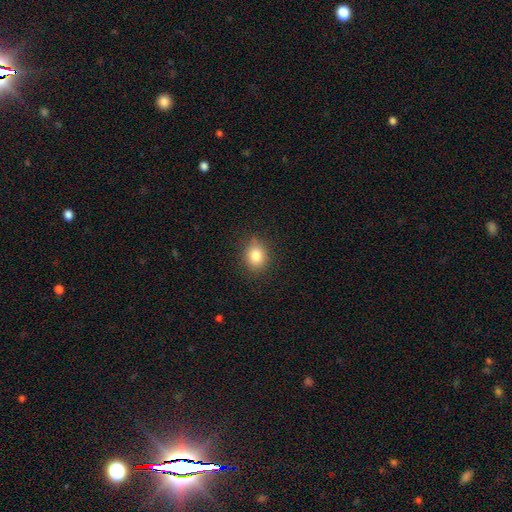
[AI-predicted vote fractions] Smooth or featured: smooth — 82% (star or artifact — 11%)
How rounded: round — 58% (in between — 41%)
Merging: none — 84% (minor disturbance — 12%)